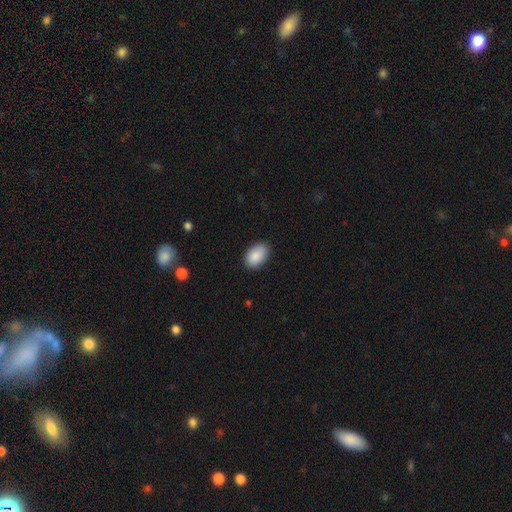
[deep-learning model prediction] smooth-or-featured: smooth: 89% | star or artifact: 7% | featured or disk: 5%
  how-rounded: in between: 91% | round: 8% | cigar-shaped: 1%
  merging: none: 87% | minor disturbance: 10% | major disturbance: 2% | merger: 1%